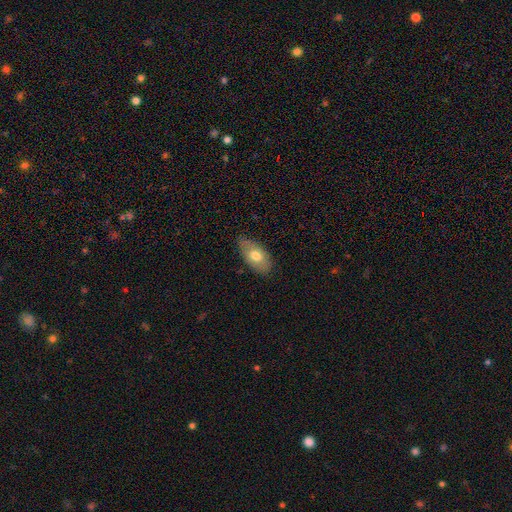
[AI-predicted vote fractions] Smooth or featured? smooth (68%)
How rounded? in between (92%)
Merging? none (75%)